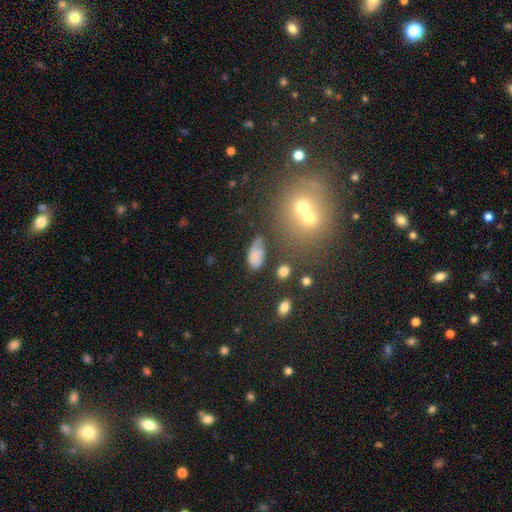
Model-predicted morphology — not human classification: smooth-or-featured: smooth: 58% | featured or disk: 31% | star or artifact: 11%
  how-rounded: in between: 89% | round: 7% | cigar-shaped: 4%
  merging: none: 54% | minor disturbance: 28% | major disturbance: 12% | merger: 6%